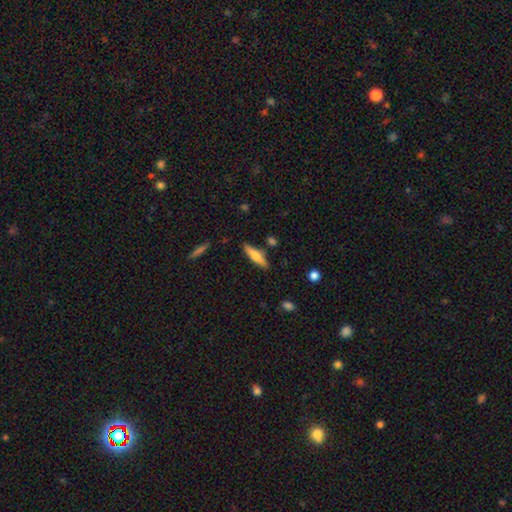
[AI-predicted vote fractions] Smooth or featured: smooth — 61% (featured or disk — 33%)
How rounded: cigar-shaped — 74% (in between — 24%)
Merging: none — 82% (minor disturbance — 11%)